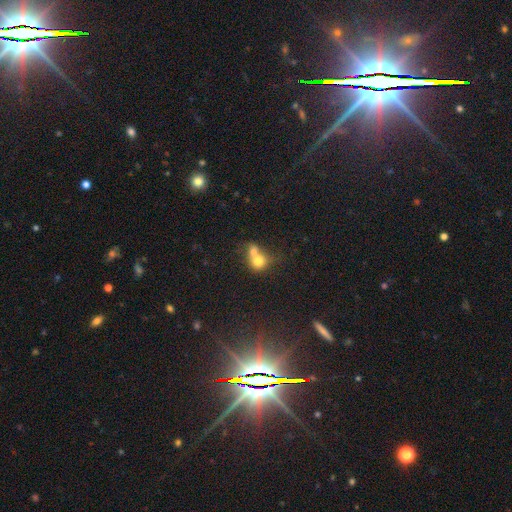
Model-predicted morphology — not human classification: Q: Smooth or featured?
A: smooth (70%); runner-up: featured or disk (18%)
Q: How rounded?
A: round (71%); runner-up: in between (27%)
Q: Merging?
A: merger (66%); runner-up: none (23%)